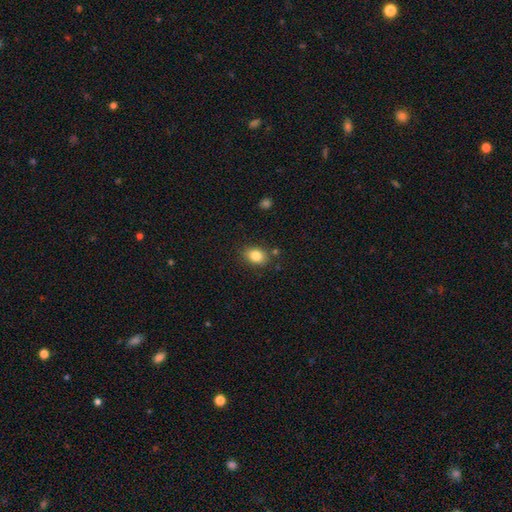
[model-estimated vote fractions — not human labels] Smooth or featured: smooth — 83% (star or artifact — 9%)
How rounded: in between — 72% (round — 27%)
Merging: none — 82% (minor disturbance — 11%)